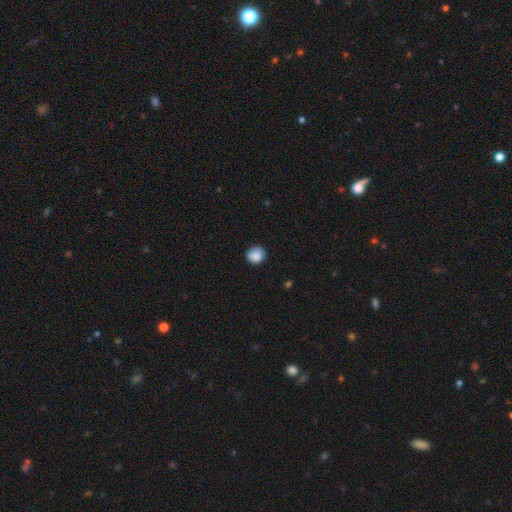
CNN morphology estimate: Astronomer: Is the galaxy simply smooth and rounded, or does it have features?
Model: smooth — 87%.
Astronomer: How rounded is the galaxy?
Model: round — 86%.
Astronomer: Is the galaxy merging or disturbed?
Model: none — 83%.